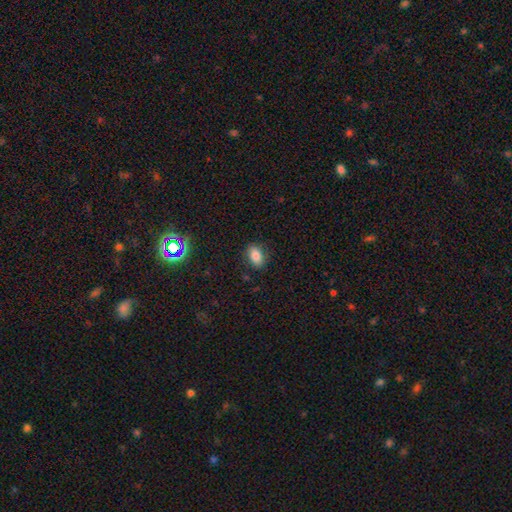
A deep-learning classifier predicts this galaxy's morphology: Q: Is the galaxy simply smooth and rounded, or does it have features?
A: smooth — 82%.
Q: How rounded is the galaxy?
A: in between — 85%.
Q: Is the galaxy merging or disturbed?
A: none — 85%.